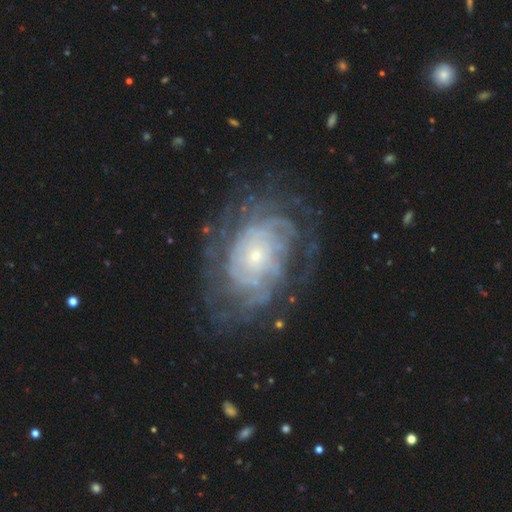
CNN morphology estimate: A featured or disk galaxy (83%) with no bar (81%), tight (71%) spiral arms (91%) and a small central bulge (76%). Merging: none (69%).